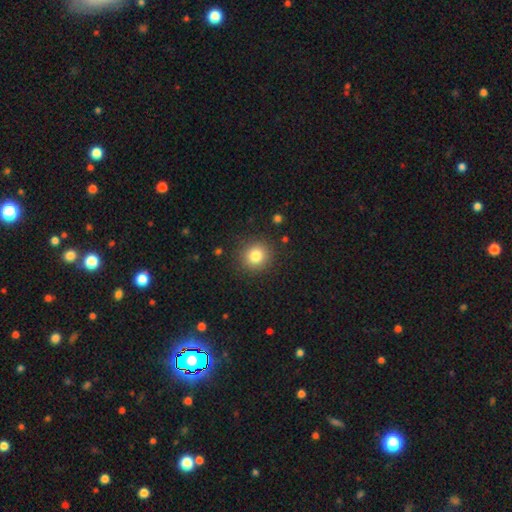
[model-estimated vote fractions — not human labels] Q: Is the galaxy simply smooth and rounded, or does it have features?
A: smooth — 82%.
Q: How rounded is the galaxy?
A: round — 90%.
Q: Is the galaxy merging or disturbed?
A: none — 90%.